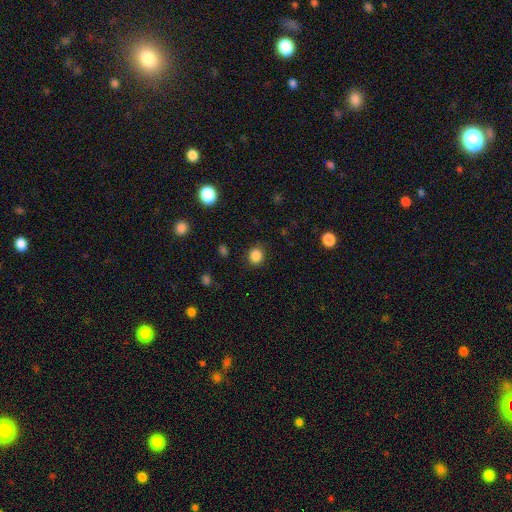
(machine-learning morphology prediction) Smooth or featured: smooth — 86% (star or artifact — 11%)
How rounded: round — 83% (in between — 16%)
Merging: none — 88% (minor disturbance — 8%)